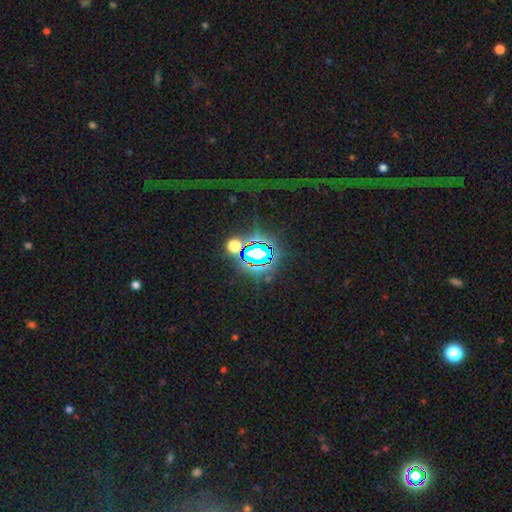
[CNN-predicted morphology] Smooth or featured? Predicted: star or artifact (p=0.77).